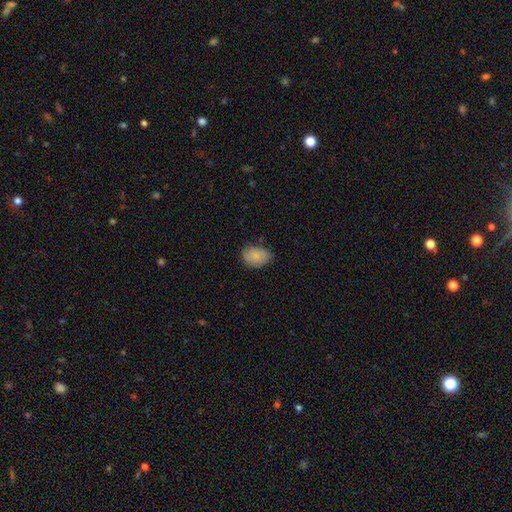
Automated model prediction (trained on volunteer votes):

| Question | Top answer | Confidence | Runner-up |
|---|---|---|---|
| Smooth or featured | smooth | 80% | featured or disk (13%) |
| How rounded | in between | 76% | round (23%) |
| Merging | none | 71% | minor disturbance (23%) |